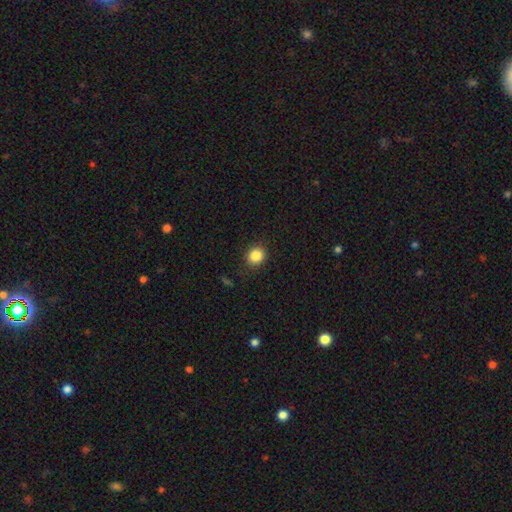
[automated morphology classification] This appears to be a smooth galaxy with no disk features (86%) that is round (70%). Merging: none (87%).